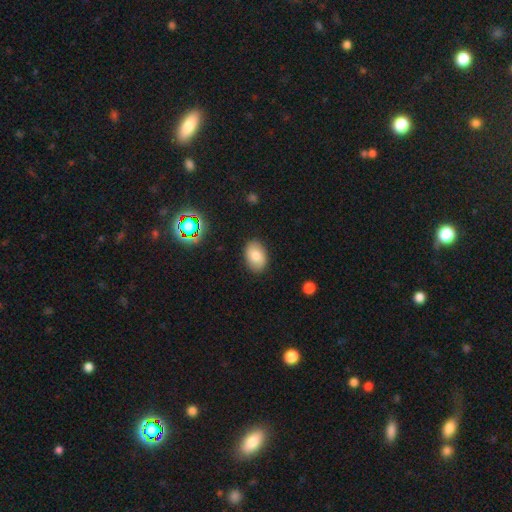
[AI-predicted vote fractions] Smooth or featured? smooth (80%)
How rounded? in between (86%)
Merging? none (87%)